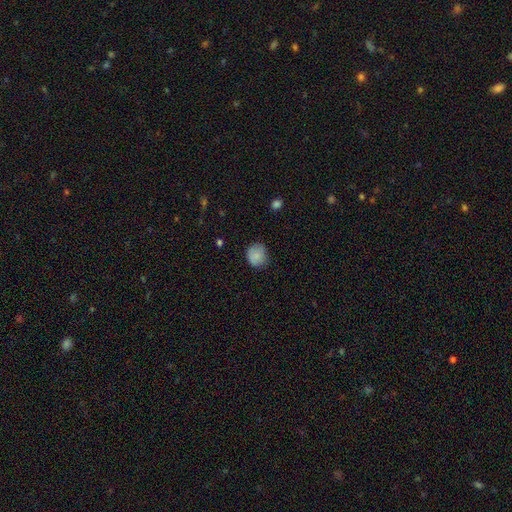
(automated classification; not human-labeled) Q: Smooth or featured?
A: smooth (85%); runner-up: star or artifact (8%)
Q: How rounded?
A: round (82%); runner-up: in between (17%)
Q: Merging?
A: none (76%); runner-up: minor disturbance (19%)